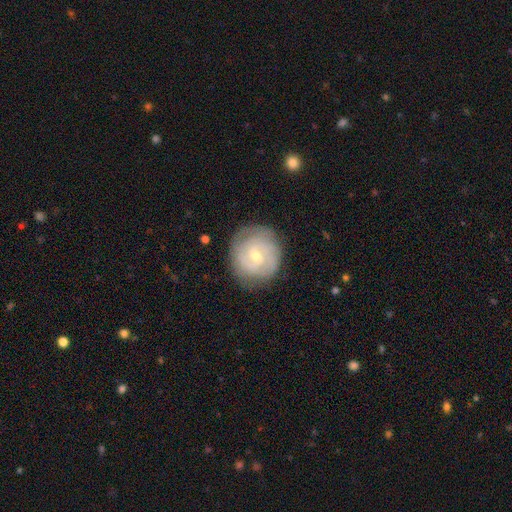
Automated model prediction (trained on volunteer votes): A featured or disk galaxy (70%) with a weak bar (46%), 2 (40%) tight (66%) spiral arms (88%) and a small central bulge (51%).

Vote fractions:
- Smooth or featured? featured or disk: 70% / smooth: 23% / star or artifact: 7%
- Edge-on disk? no: 97% / yes: 3%
- Bar? weak: 46% / no: 45% / strong: 9%
- Spiral arms? yes: 88% / no: 12%
- Spiral winding? tight: 66% / medium: 27% / loose: 7%
- Spiral arm count? 2: 40% / can't tell: 34% / 3: 14% / 4: 5% / 1: 4% / more than 4: 3%
- Bulge size? small: 51% / moderate: 46% / large: 1% / none: 1% / dominant: 1%
- Merging? none: 81% / minor disturbance: 13% / major disturbance: 4% / merger: 1%